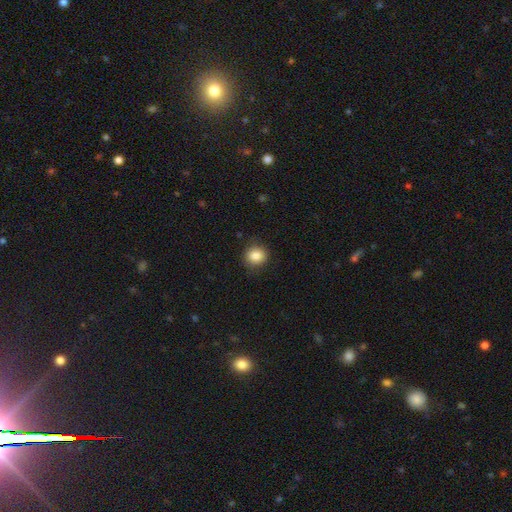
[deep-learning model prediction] Smooth or featured? Predicted: smooth (p=0.86). How rounded? Predicted: round (p=0.83). Merging? Predicted: none (p=0.87).